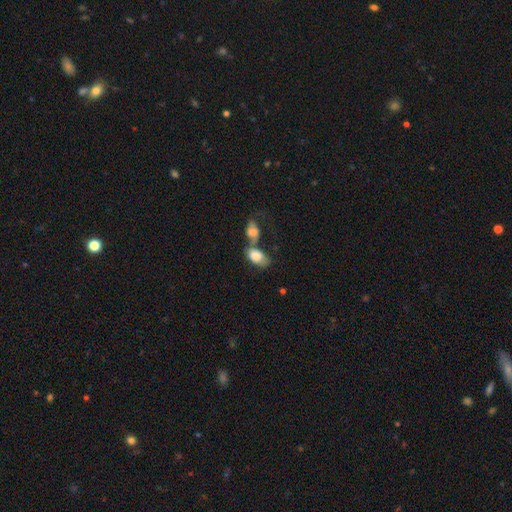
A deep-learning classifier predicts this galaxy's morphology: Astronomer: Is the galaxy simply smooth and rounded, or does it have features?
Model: smooth — 78%.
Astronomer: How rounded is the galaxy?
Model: in between — 90%.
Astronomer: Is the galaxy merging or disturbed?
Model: merger — 60%.